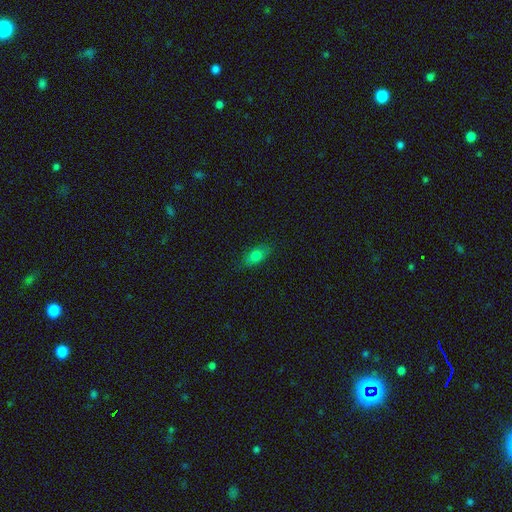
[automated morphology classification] Smooth or featured? Predicted: smooth (p=0.78). How rounded? Predicted: in between (p=0.85). Merging? Predicted: none (p=0.83).